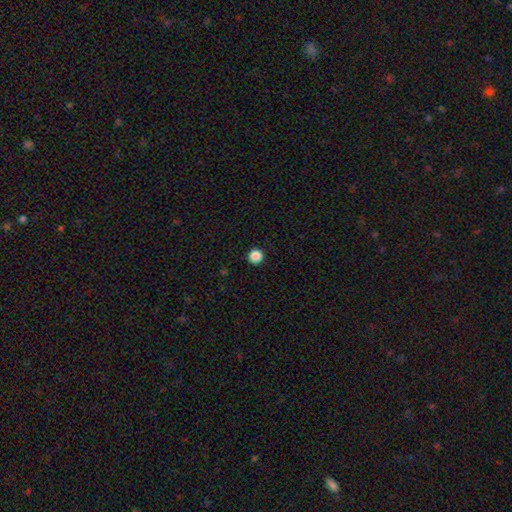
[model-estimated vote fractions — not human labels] This appears to be a smooth galaxy with no disk features (87%) that is round (96%). Merging: none (94%).